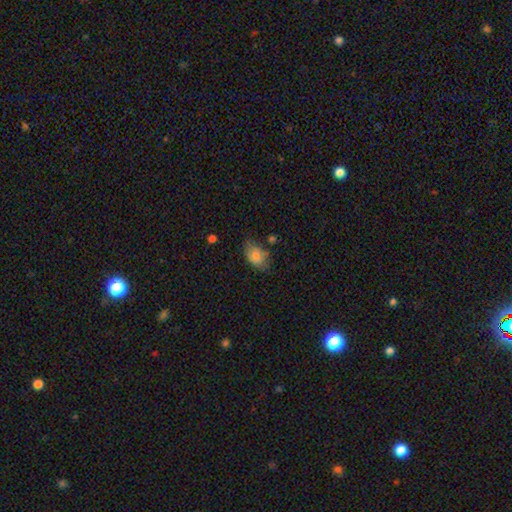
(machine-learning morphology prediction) This is likely a smooth galaxy (79%). How rounded: clearly in between (88%). Merging: possibly none (57%).